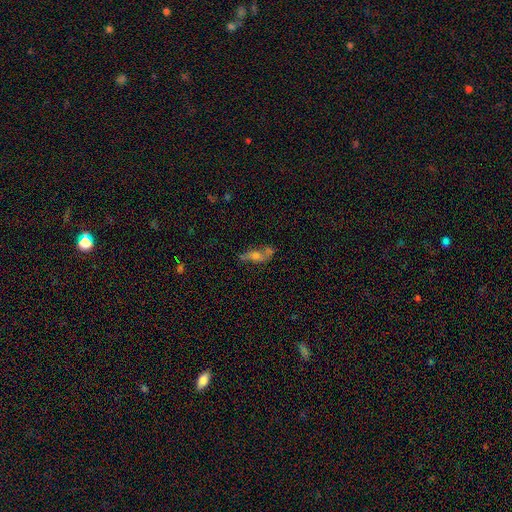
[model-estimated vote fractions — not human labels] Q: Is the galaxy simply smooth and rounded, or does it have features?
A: featured or disk — 49%.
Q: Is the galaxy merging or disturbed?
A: none — 46%.